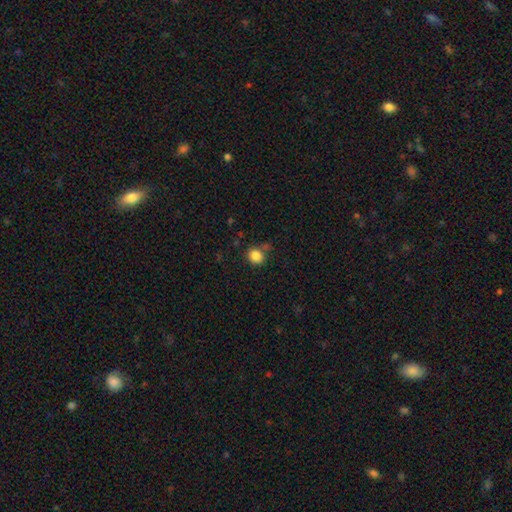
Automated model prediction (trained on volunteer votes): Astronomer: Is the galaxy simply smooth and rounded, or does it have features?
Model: smooth — 85%.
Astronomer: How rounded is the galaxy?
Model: round — 75%.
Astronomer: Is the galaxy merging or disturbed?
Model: none — 73%.